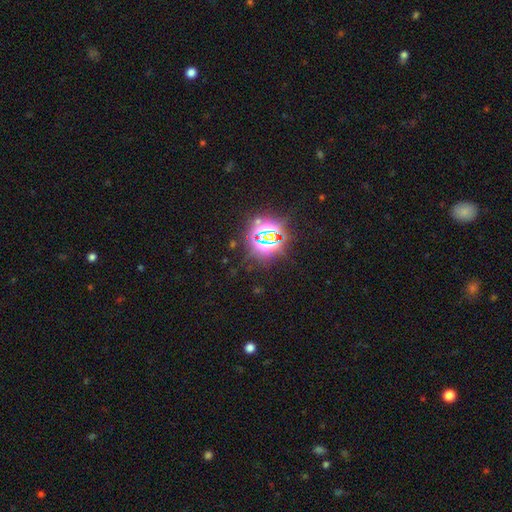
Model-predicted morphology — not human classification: Overall: star or artifact (83%).